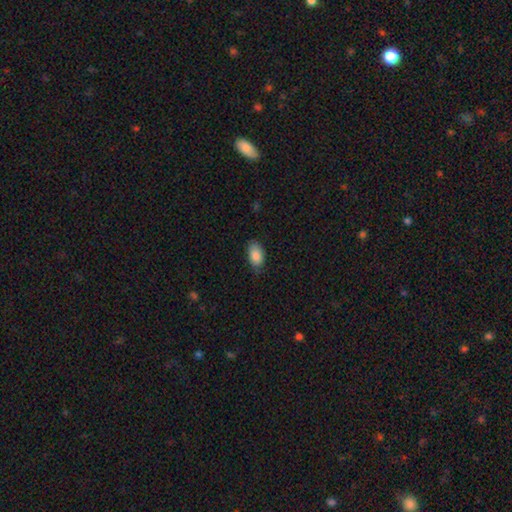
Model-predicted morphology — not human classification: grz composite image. It shows a smooth galaxy with no disk features (87%) that is in between round and cigar-shaped (92%). Merging: none (75%).